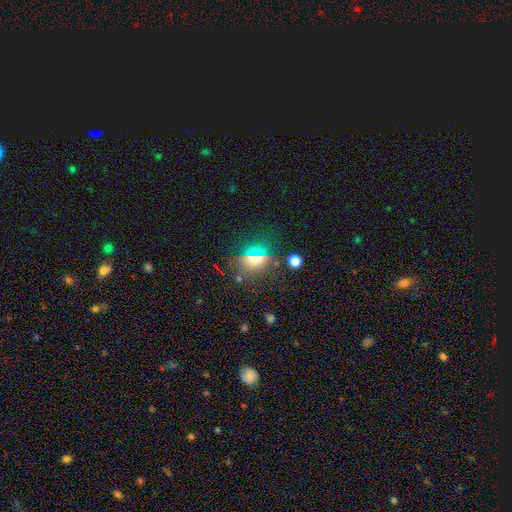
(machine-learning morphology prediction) A smooth galaxy with no disk features (47%).

Vote fractions:
- Smooth or featured? smooth: 47% / featured or disk: 29% / star or artifact: 24%
- Merging? none: 76% / minor disturbance: 13% / major disturbance: 6% / merger: 5%